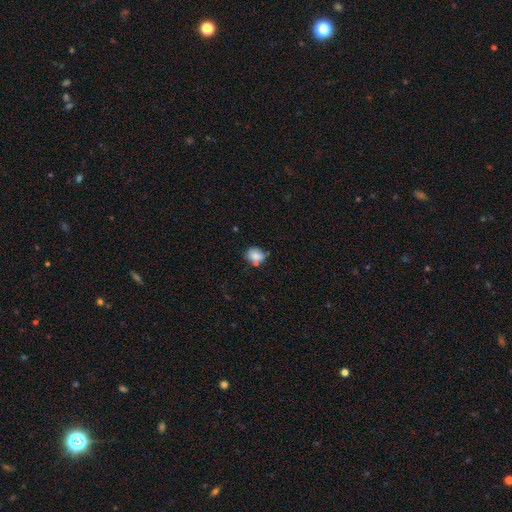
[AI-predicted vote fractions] Smooth or featured: smooth — 81% (featured or disk — 10%)
How rounded: in between — 50% (round — 49%)
Merging: none — 60% (minor disturbance — 20%)